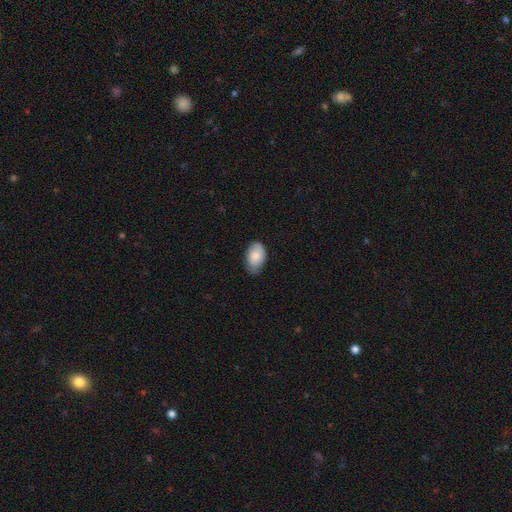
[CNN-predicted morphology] type=smooth (84%); roundness=in between (93%); merging=none (68%).